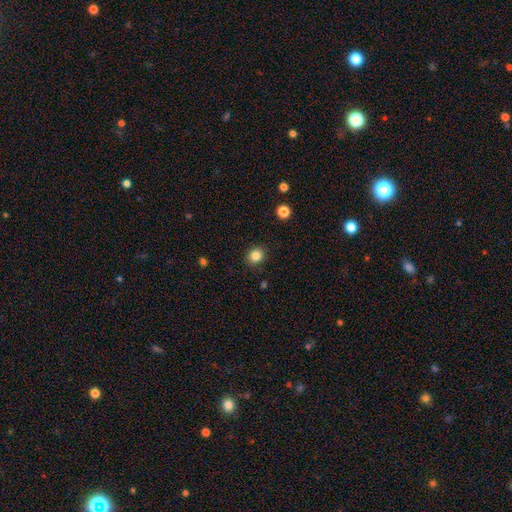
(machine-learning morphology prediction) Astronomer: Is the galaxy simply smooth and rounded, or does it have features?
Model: smooth — 84%.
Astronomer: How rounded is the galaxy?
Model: round — 77%.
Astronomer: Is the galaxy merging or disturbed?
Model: none — 90%.